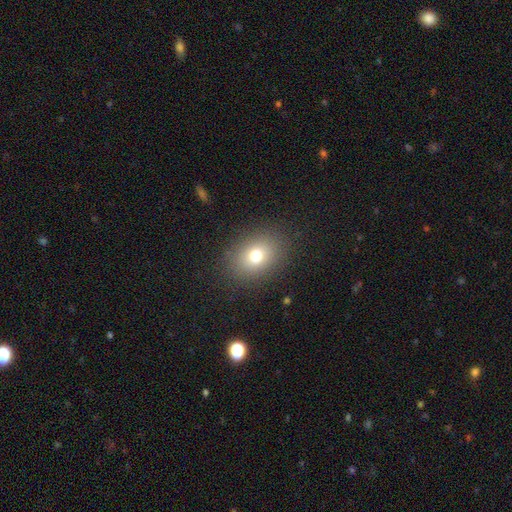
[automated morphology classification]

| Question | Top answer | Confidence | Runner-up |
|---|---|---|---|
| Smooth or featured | smooth | 75% | star or artifact (14%) |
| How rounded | in between | 60% | round (39%) |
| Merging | none | 87% | minor disturbance (9%) |